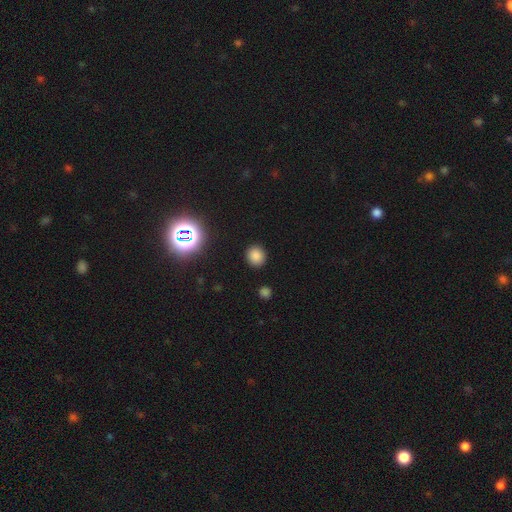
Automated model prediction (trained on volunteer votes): smooth 79%, star or artifact 16%, featured or disk 5%. Down the decision tree: how rounded — round (82%); merging — none (89%).